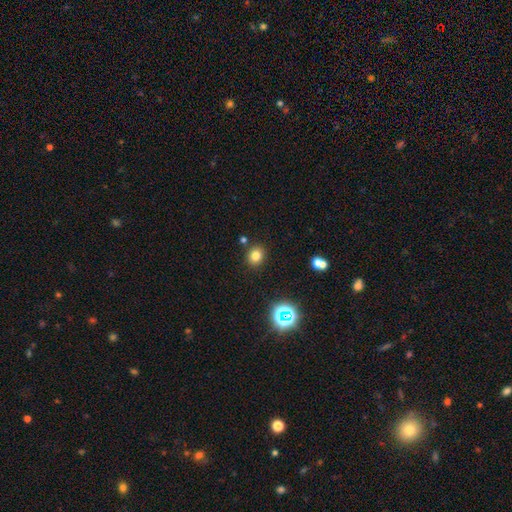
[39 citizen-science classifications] Overall: smooth (82%). How rounded: round (81%). Merging: none (89%).